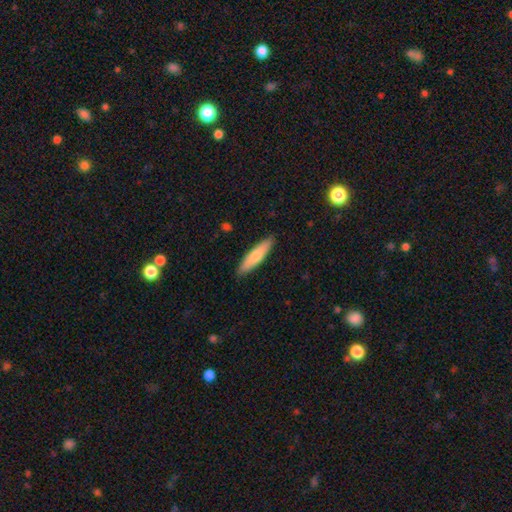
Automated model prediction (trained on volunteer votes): Morphology: type=smooth (72%); roundness=cigar-shaped (76%); merging=none (89%).